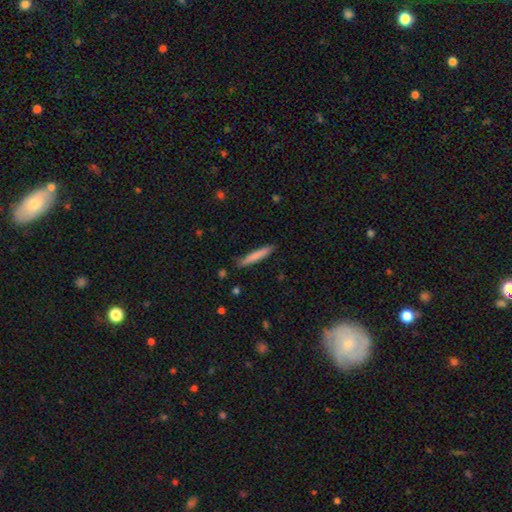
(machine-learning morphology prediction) The model was most divided on "smooth or featured": smooth: 78%, featured or disk: 17%, star or artifact: 6%. More confident: how rounded — cigar-shaped (94%); merging — none (86%).